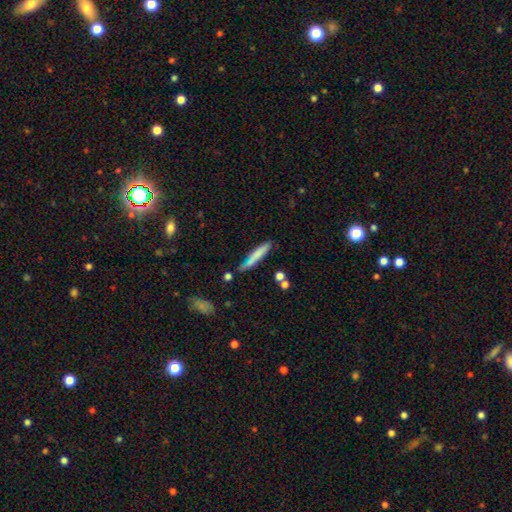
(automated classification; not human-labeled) Overall: smooth (71%). How rounded: cigar-shaped (90%). Merging: none (65%).